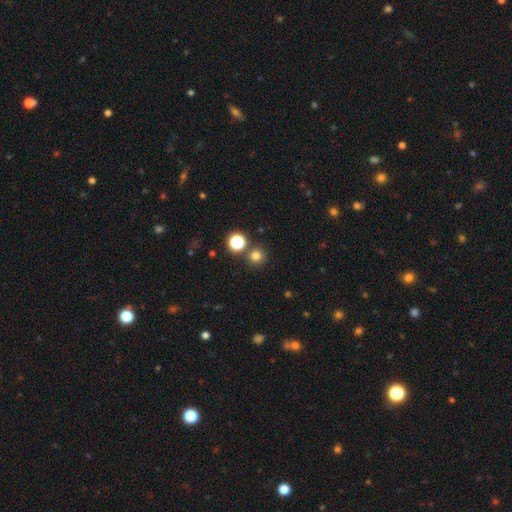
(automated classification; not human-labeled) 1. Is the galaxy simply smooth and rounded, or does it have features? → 76% smooth, 18% star or artifact, 5% featured or disk.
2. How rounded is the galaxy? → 94% round, 5% in between, 1% cigar-shaped.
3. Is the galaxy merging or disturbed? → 83% none, 8% merger, 6% minor disturbance, 2% major disturbance.